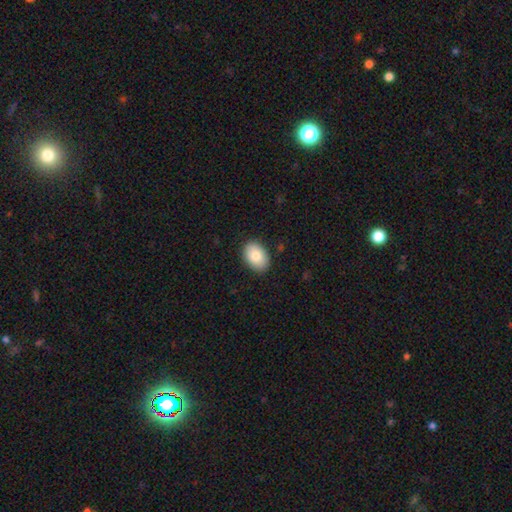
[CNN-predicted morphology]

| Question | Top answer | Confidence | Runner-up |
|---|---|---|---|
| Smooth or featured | smooth | 83% | featured or disk (11%) |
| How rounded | in between | 84% | round (15%) |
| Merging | none | 88% | minor disturbance (9%) |